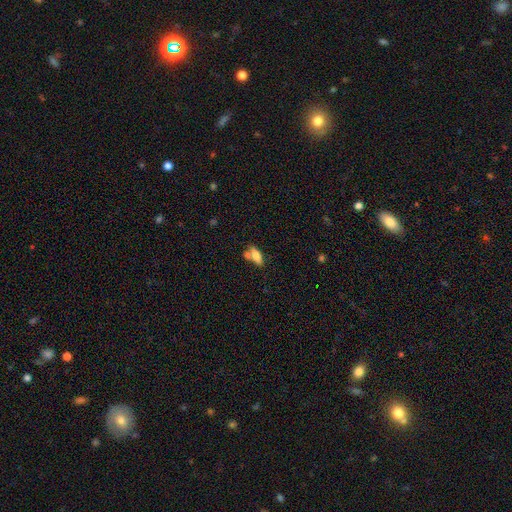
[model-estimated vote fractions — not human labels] Morphology: type=smooth (73%); roundness=in between (72%); merging=none (53%).